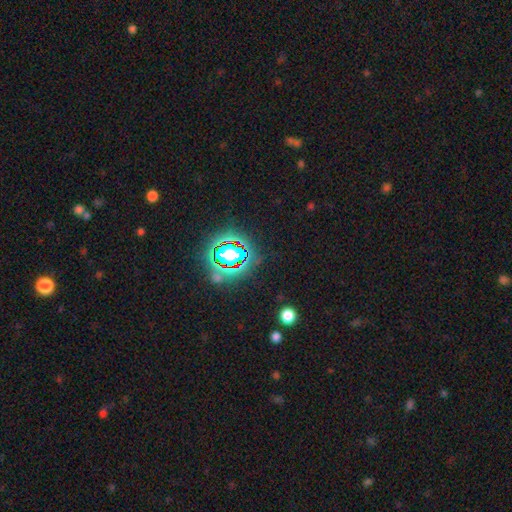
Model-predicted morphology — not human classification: Smooth or featured?
  - star or artifact: 80% *
  - smooth: 12%
  - featured or disk: 7%